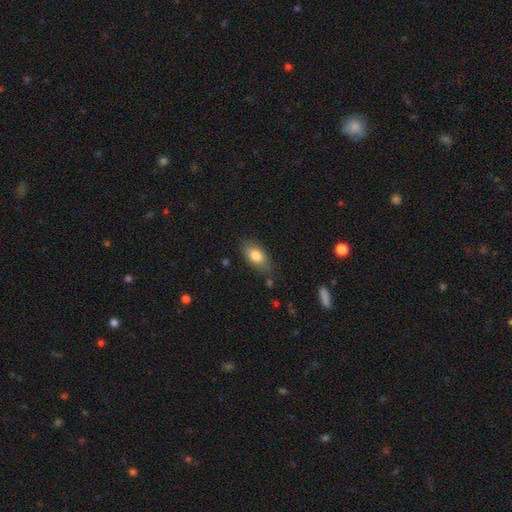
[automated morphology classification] Smooth or featured: smooth — 79% (featured or disk — 14%)
How rounded: in between — 88% (round — 6%)
Merging: none — 74% (minor disturbance — 19%)